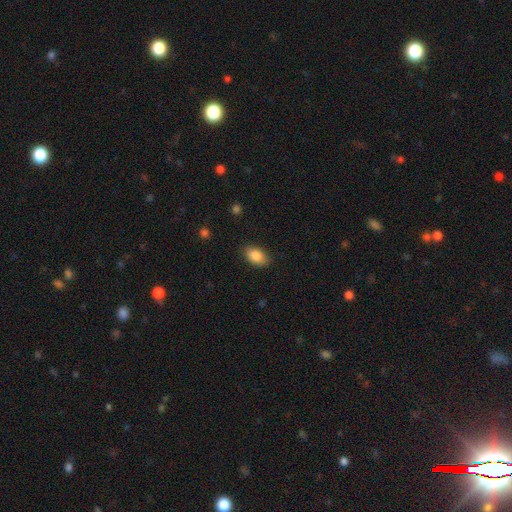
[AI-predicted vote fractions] Smooth or featured: smooth — 86% (star or artifact — 7%)
How rounded: in between — 88% (round — 10%)
Merging: none — 85% (minor disturbance — 11%)